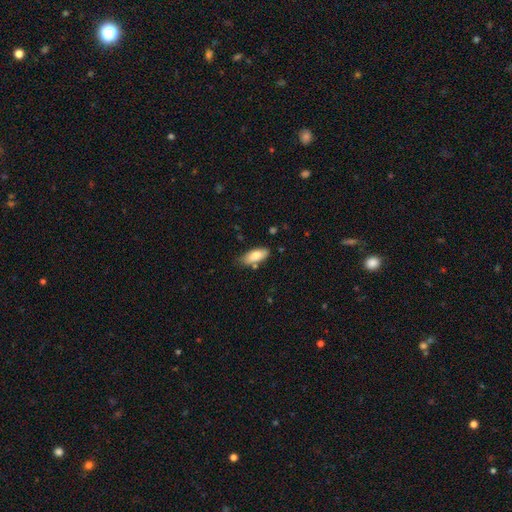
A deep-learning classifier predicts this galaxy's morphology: The model was most divided on "merging": none: 73%, minor disturbance: 19%, merger: 5%, major disturbance: 3%. More confident: how rounded — in between (81%); smooth or featured — smooth (80%).